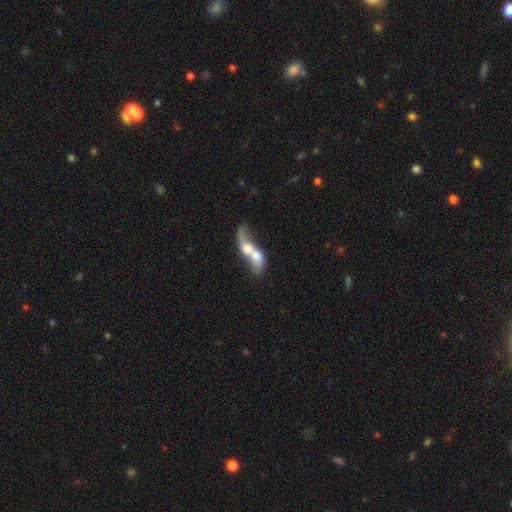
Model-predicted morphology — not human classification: smooth 50%, featured or disk 43%, star or artifact 8%. Down the decision tree: merging — merger (80%).